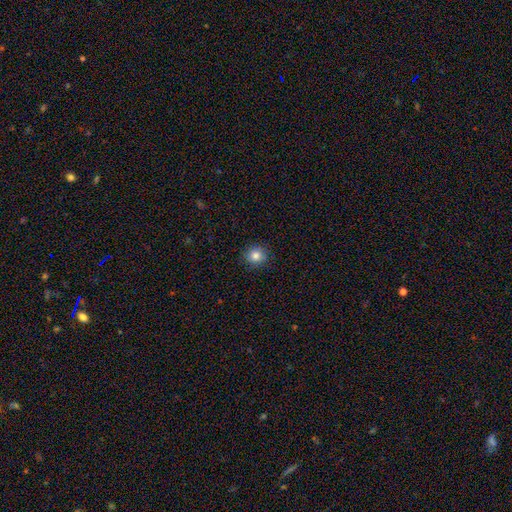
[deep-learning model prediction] Smooth or featured? Predicted: smooth (p=0.82). How rounded? Predicted: round (p=0.88). Merging? Predicted: none (p=0.91).